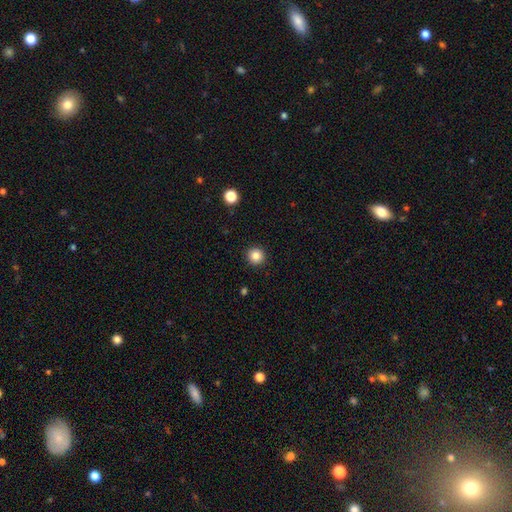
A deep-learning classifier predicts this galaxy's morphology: Q: Smooth or featured?
A: smooth (84%); runner-up: star or artifact (11%)
Q: How rounded?
A: round (95%); runner-up: in between (4%)
Q: Merging?
A: none (93%); runner-up: minor disturbance (4%)